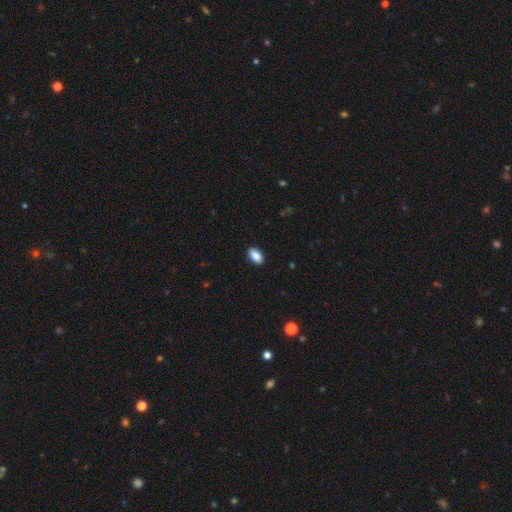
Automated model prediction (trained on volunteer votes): Smooth or featured? Predicted: smooth (p=0.88). How rounded? Predicted: in between (p=0.92). Merging? Predicted: none (p=0.90).